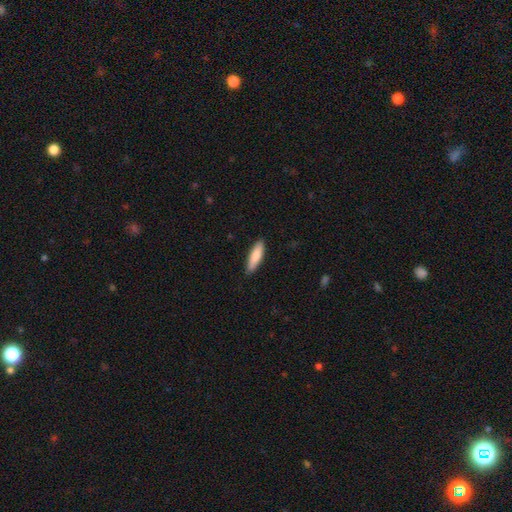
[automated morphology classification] Smooth or featured?
  - smooth: 84% *
  - featured or disk: 11%
  - star or artifact: 5%
How rounded?
  - cigar-shaped: 63% *
  - in between: 35%
  - round: 1%
Merging?
  - none: 88% *
  - minor disturbance: 9%
  - major disturbance: 2%
  - merger: 1%